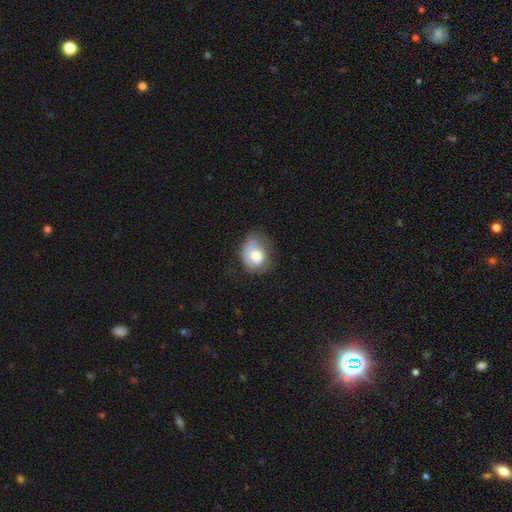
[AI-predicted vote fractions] Smooth or featured?
  - smooth: 68% *
  - featured or disk: 24%
  - star or artifact: 8%
How rounded?
  - in between: 54% *
  - round: 45%
  - cigar-shaped: 1%
Merging?
  - none: 45% *
  - minor disturbance: 34%
  - major disturbance: 19%
  - merger: 2%